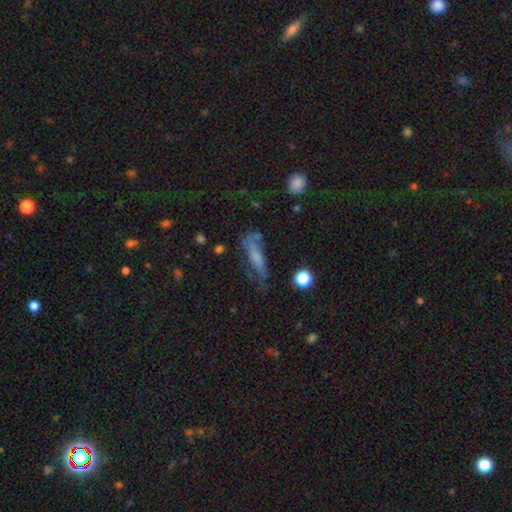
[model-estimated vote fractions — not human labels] smooth_or_featured: smooth (p=0.53) [alt: featured or disk p=0.34]
how_rounded: cigar-shaped (p=0.67) [alt: in between p=0.29]
merging: none (p=0.46) [alt: minor disturbance p=0.28]